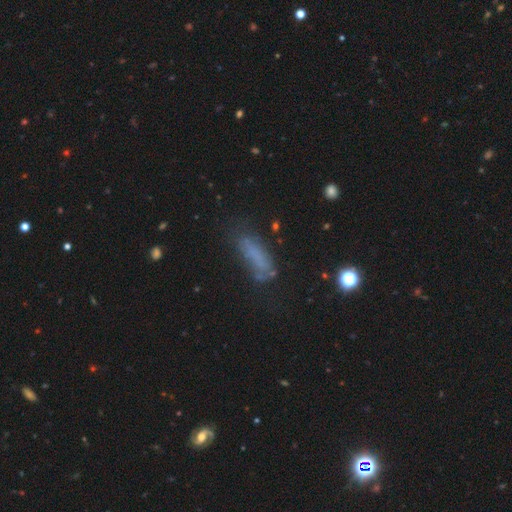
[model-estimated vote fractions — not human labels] Overall: smooth (60%; featured or disk 24%). How rounded: cigar-shaped (49%; in between 48%). Merging: none (51%; minor disturbance 26%).